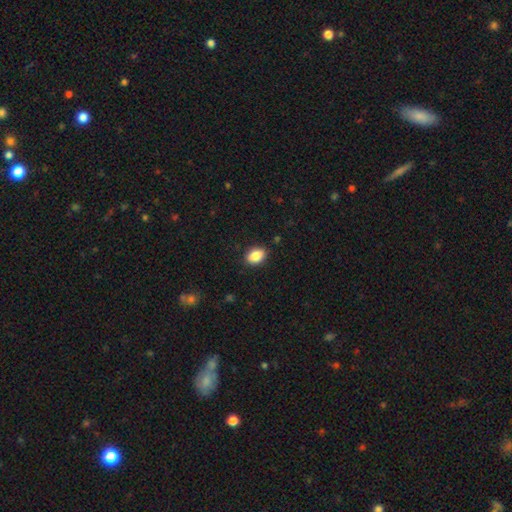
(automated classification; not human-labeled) The model was most divided on "how rounded": in between: 84%, round: 14%, cigar-shaped: 2%. More confident: merging — none (87%); smooth or featured — smooth (87%).